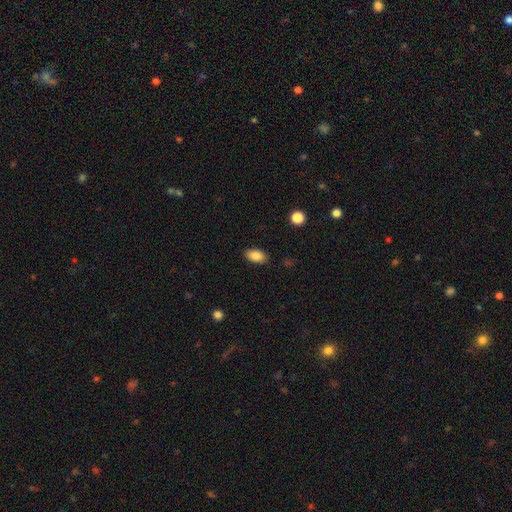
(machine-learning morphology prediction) Smooth or featured: smooth — 86% (star or artifact — 8%)
How rounded: in between — 92% (round — 5%)
Merging: none — 87% (minor disturbance — 9%)